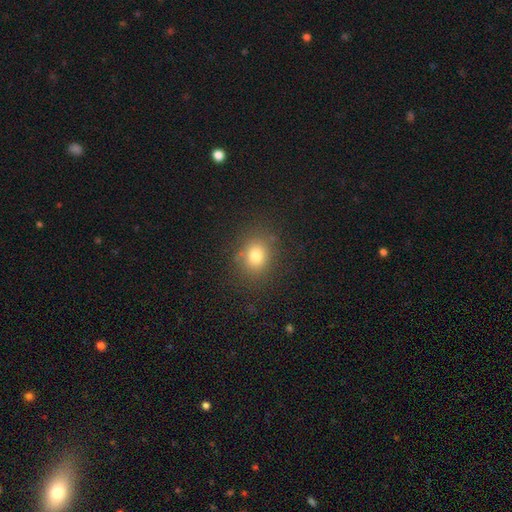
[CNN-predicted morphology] Q: Smooth or featured?
A: smooth (77%); runner-up: star or artifact (14%)
Q: How rounded?
A: round (62%); runner-up: in between (37%)
Q: Merging?
A: none (81%); runner-up: minor disturbance (12%)